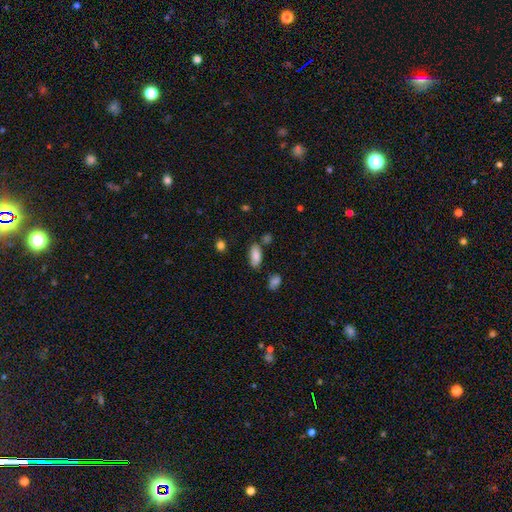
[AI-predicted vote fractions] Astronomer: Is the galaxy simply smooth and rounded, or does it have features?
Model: smooth — 83%.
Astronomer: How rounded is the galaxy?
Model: in between — 87%.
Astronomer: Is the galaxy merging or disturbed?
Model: none — 71%.